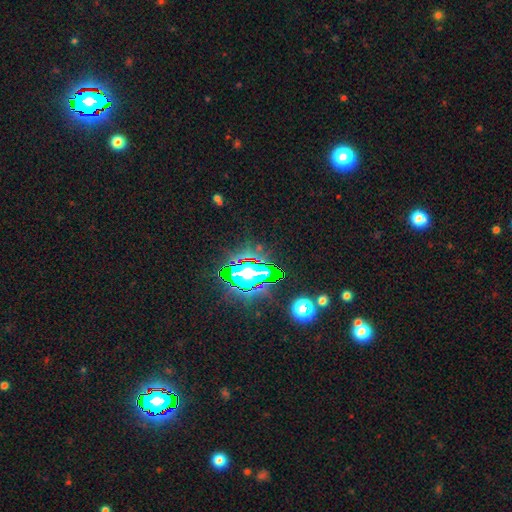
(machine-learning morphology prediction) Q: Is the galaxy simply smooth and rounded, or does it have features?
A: star or artifact — 81%.